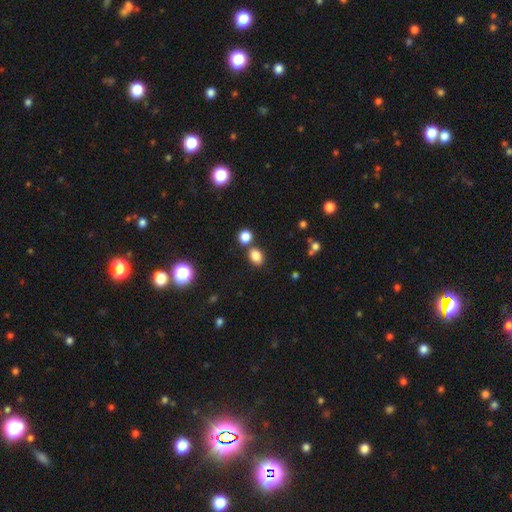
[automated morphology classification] Overall: smooth (82%). How rounded: in between (67%; round 32%). Merging: none (68%).